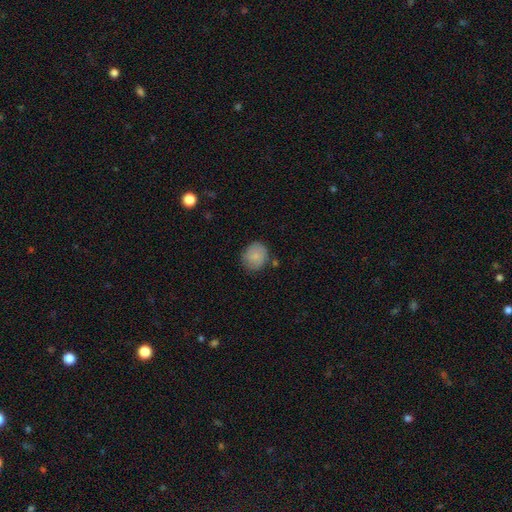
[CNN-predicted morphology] A smooth galaxy with no disk features (82%) that is round (72%).

Vote fractions:
- Smooth or featured? smooth: 82% / featured or disk: 11% / star or artifact: 7%
- How rounded? round: 72% / in between: 27% / cigar-shaped: 1%
- Merging? none: 75% / minor disturbance: 17% / merger: 4% / major disturbance: 4%